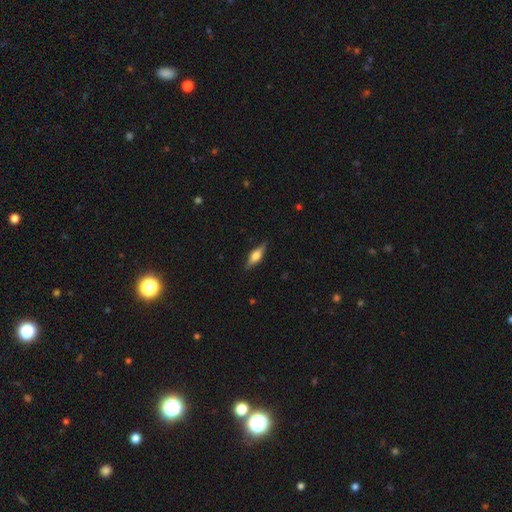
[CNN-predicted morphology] This is possibly a featured or disk galaxy (55%). It is clearly viewed edge-on (94%). Edge-on bulge: clearly rounded (88%). Merging: clearly none (87%).